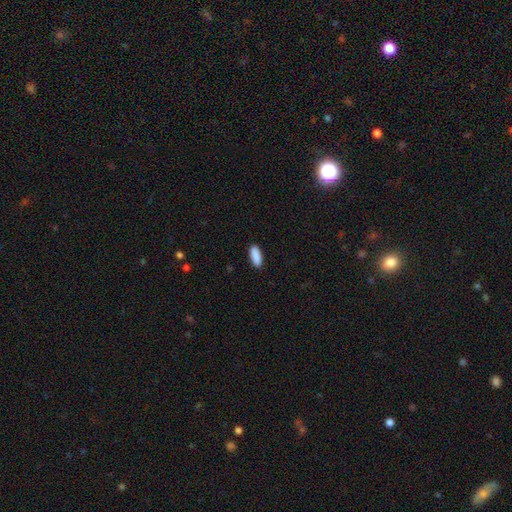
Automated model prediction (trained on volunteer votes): Smooth or featured? Predicted: smooth (p=0.91). How rounded? Predicted: in between (p=0.76). Merging? Predicted: none (p=0.90).